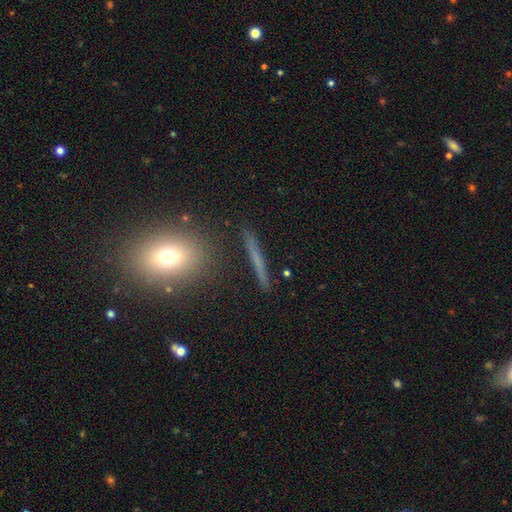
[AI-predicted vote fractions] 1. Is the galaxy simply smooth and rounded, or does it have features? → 45% smooth, 41% featured or disk, 14% star or artifact.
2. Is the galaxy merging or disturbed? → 88% none, 7% minor disturbance, 2% major disturbance, 2% merger.